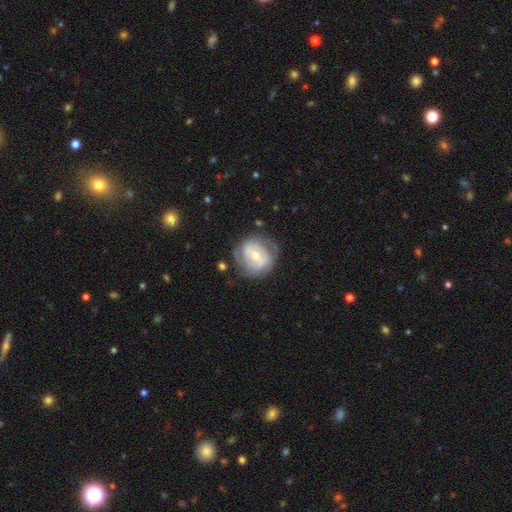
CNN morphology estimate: Smooth or featured: featured or disk — 66% (smooth — 28%)
Edge-on disk: no — 97% (yes — 3%)
Bar: no — 53% (weak — 35%)
Spiral arms: yes — 71% (no — 29%)
Bulge size: moderate — 53% (small — 42%)
Merging: none — 66% (minor disturbance — 21%)